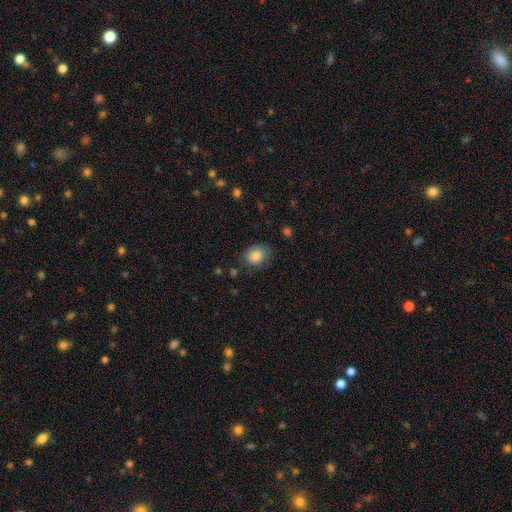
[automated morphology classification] smooth-or-featured: smooth: 84% | star or artifact: 9% | featured or disk: 7%
  how-rounded: in between: 53% | round: 46% | cigar-shaped: 1%
  merging: none: 77% | minor disturbance: 17% | major disturbance: 5% | merger: 2%